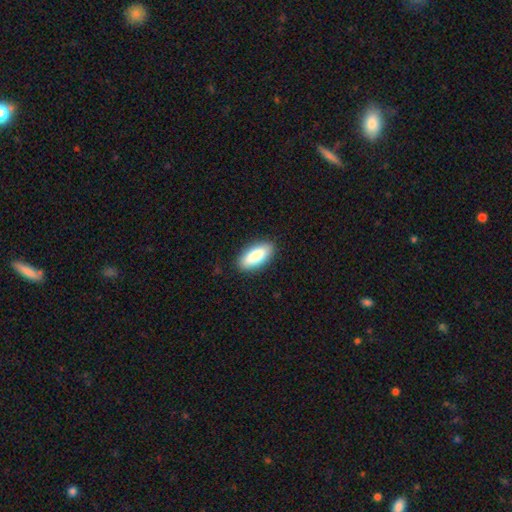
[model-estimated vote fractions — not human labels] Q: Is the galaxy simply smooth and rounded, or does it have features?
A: smooth — 84%.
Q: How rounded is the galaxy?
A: in between — 86%.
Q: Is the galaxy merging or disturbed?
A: none — 89%.